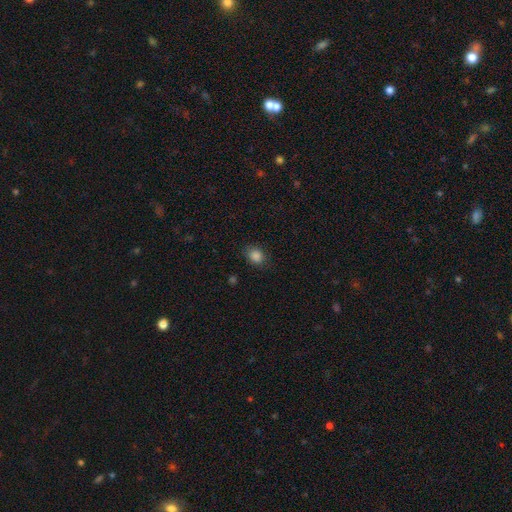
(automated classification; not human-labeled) This appears to be a smooth galaxy with no disk features (85%) that is round (50%). Merging: none (82%).